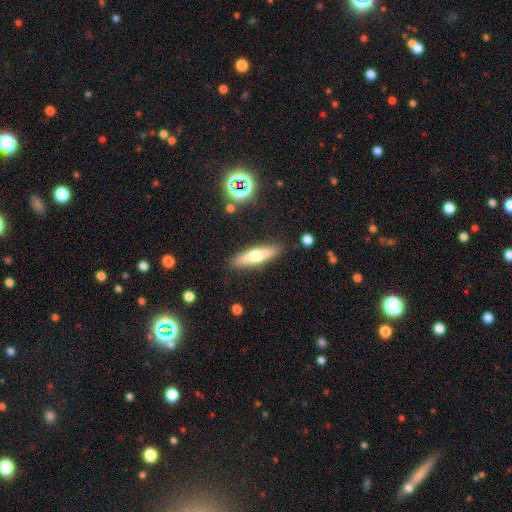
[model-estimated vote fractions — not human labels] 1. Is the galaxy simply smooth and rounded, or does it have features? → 52% smooth, 41% featured or disk, 7% star or artifact.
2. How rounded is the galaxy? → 76% cigar-shaped, 22% in between, 2% round.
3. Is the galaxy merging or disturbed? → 87% none, 9% minor disturbance, 2% major disturbance, 2% merger.